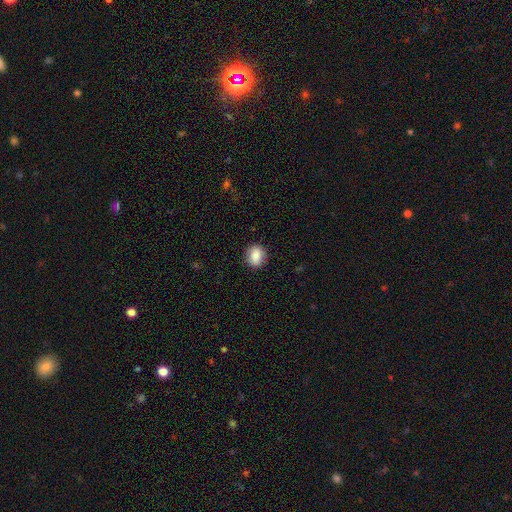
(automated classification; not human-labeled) smooth_or_featured: smooth (p=0.85) [alt: star or artifact p=0.08]
how_rounded: round (p=0.59) [alt: in between p=0.40]
merging: none (p=0.86) [alt: minor disturbance p=0.10]